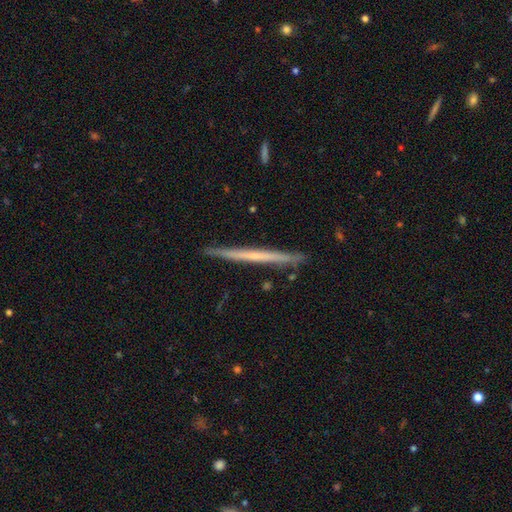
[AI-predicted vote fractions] A featured or disk galaxy (58%) viewed edge-on (97%) with no central bulge (84%).

Vote fractions:
- Smooth or featured? featured or disk: 58% / smooth: 36% / star or artifact: 5%
- Edge-on disk? yes: 97% / no: 3%
- Edge-on bulge? none: 84% / rounded: 13% / boxy: 4%
- Merging? none: 90% / minor disturbance: 7% / merger: 1% / major disturbance: 1%